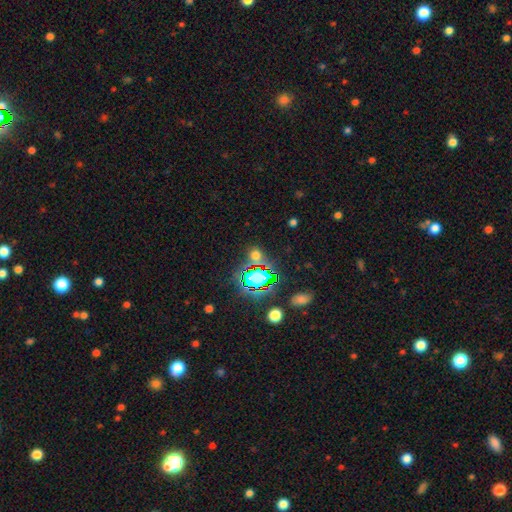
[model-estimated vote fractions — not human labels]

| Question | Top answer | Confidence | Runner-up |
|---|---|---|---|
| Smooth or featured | star or artifact | 47% | smooth (45%) |